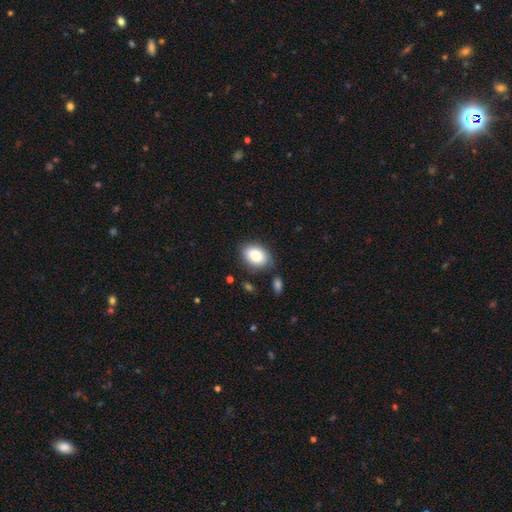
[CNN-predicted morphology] smooth 84%, featured or disk 9%, star or artifact 7%. Down the decision tree: how rounded — in between (82%); merging — none (78%).